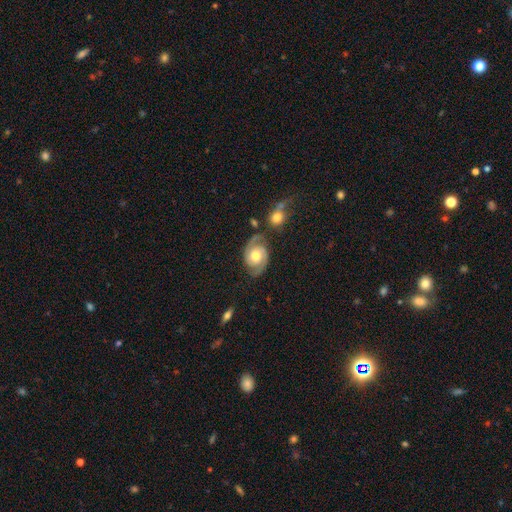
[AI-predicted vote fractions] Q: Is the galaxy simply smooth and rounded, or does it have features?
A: featured or disk — 85%.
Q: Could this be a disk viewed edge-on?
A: no — 98%.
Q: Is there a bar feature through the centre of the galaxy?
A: no — 73%.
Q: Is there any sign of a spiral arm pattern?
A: yes — 96%.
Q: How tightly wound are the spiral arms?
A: medium — 48%.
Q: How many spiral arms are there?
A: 2 — 93%.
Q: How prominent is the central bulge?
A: moderate — 75%.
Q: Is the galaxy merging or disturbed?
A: none — 73%.